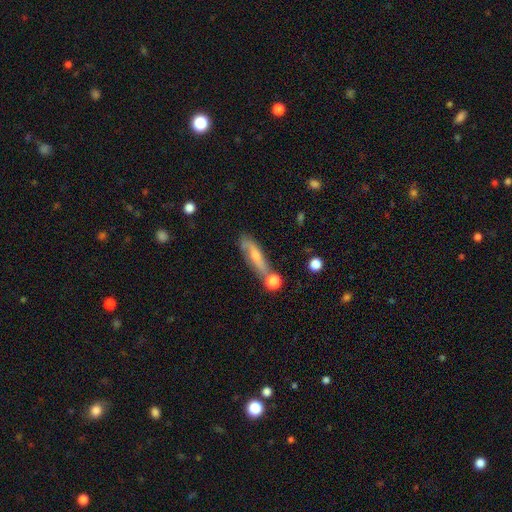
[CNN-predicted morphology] Smooth or featured: featured or disk — 52% (smooth — 40%)
Edge-on disk: yes — 50% (tied with no — 50%)
Merging: none — 67% (minor disturbance — 17%)